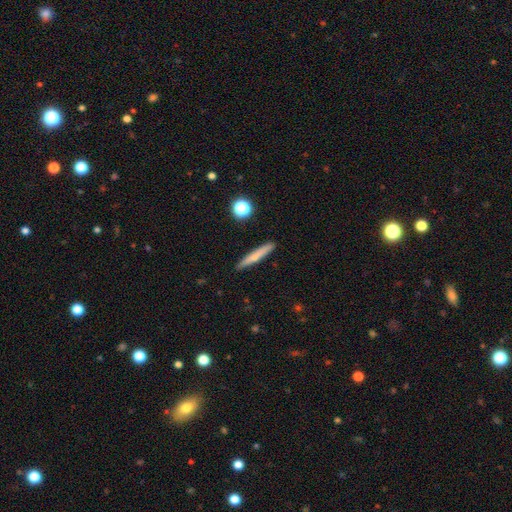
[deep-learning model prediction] A smooth galaxy with no disk features (65%) that is cigar-shaped (94%). Merging: none (90%).